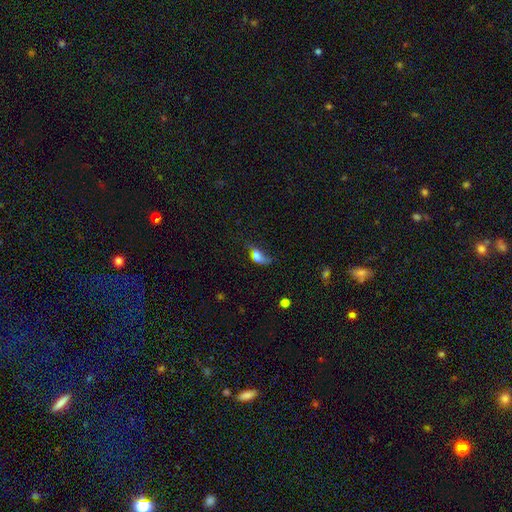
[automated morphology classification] Overall: smooth (63%; featured or disk 25%). How rounded: in between (83%). Merging: major disturbance (39%; minor disturbance 29%).